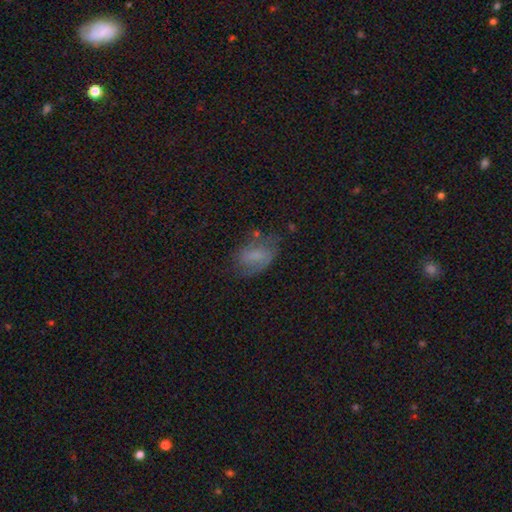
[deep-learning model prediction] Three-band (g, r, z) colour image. It shows a smooth galaxy with no disk features (50%) that is in between round and cigar-shaped (85%). Merging: none (52%).